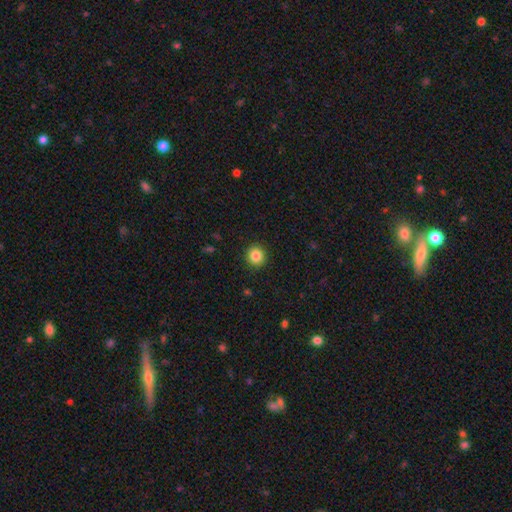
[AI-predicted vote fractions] Smooth or featured: smooth — 85% (star or artifact — 10%)
How rounded: round — 92% (in between — 7%)
Merging: none — 91% (minor disturbance — 6%)